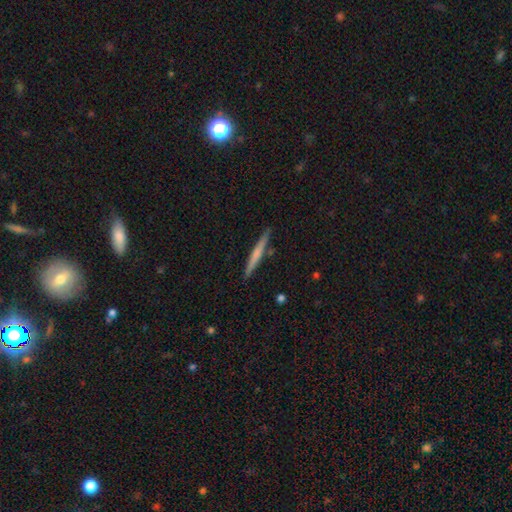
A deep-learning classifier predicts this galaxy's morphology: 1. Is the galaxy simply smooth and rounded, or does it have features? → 50% smooth, 45% featured or disk, 6% star or artifact.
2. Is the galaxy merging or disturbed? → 89% none, 8% minor disturbance, 2% merger, 1% major disturbance.